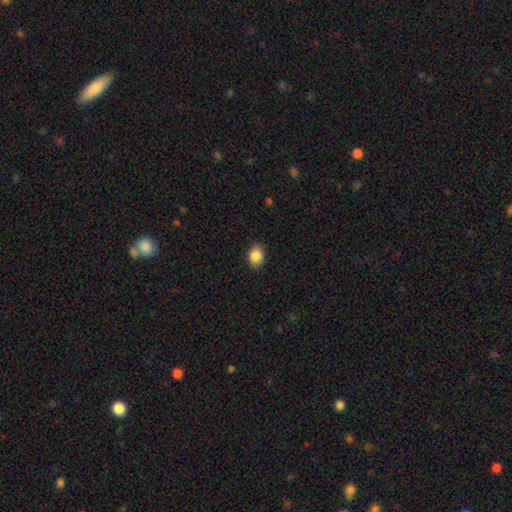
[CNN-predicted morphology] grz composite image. It shows a smooth galaxy with no disk features (87%) that is in between round and cigar-shaped (65%). Merging: none (88%).